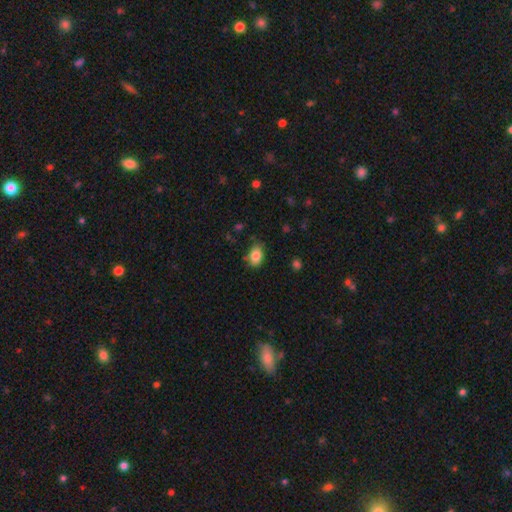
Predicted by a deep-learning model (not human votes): This is clearly a smooth galaxy (84%). How rounded: clearly in between (85%). Merging: likely none (75%).